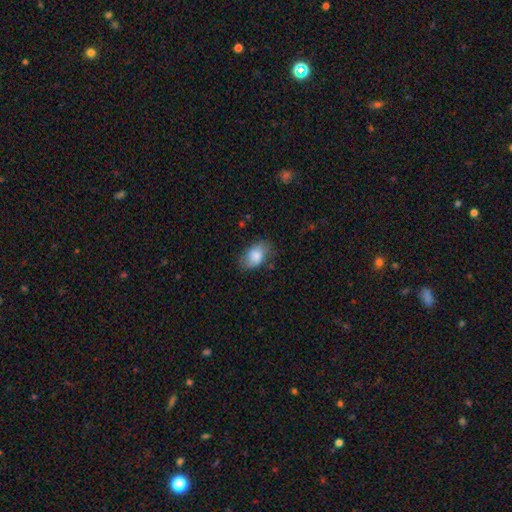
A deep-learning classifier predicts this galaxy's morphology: type=smooth (81%); roundness=in between (89%); merging=none (70%).